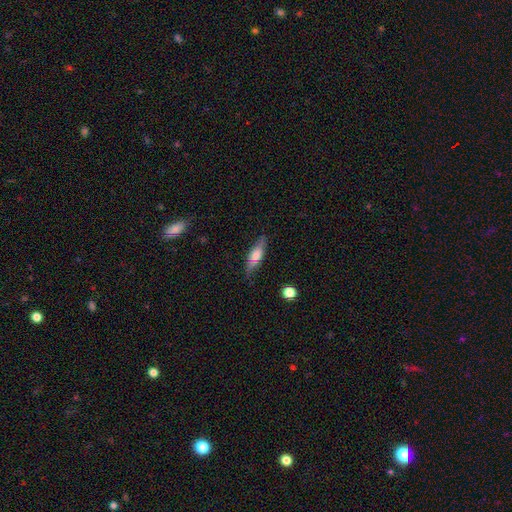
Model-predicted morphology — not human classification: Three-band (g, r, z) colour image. It shows a smooth galaxy with no disk features (53%) that is cigar-shaped (58%). Merging: none (81%).